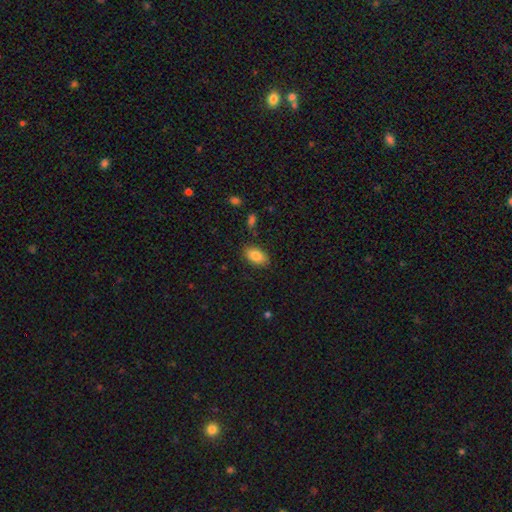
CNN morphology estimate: Smooth or featured? Predicted: smooth (p=0.85). How rounded? Predicted: in between (p=0.92). Merging? Predicted: none (p=0.84).